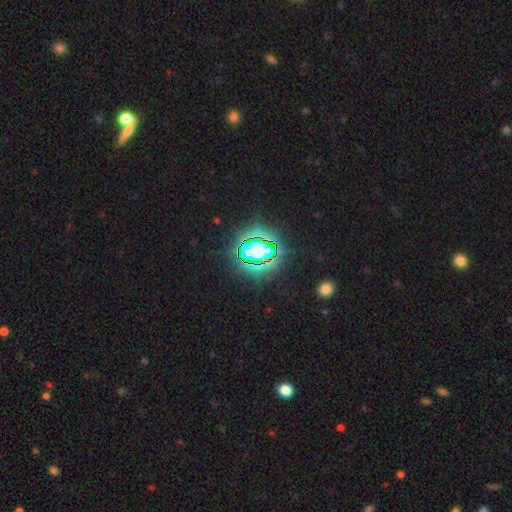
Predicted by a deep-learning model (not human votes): This appears to be a star or artifact, not a galaxy (77%).